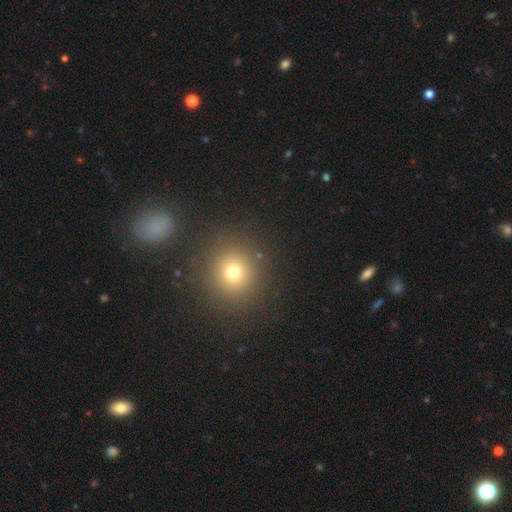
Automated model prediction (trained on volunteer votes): Smooth or featured: smooth — 60% (star or artifact — 32%)
How rounded: round — 91% (in between — 8%)
Merging: none — 87% (minor disturbance — 6%)